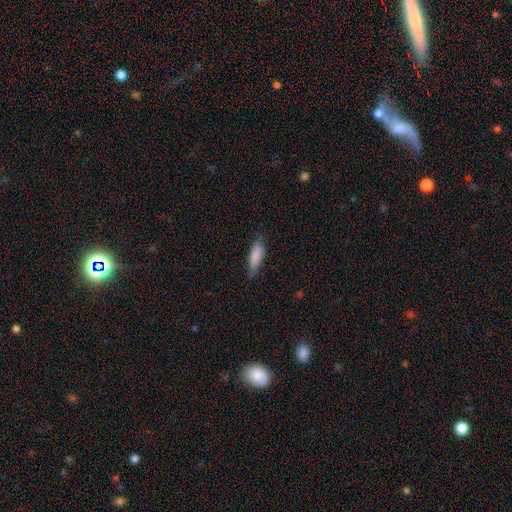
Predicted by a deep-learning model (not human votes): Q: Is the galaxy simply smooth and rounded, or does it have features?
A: smooth — 83%.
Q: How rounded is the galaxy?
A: in between — 59%.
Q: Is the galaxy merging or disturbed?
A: none — 61%.